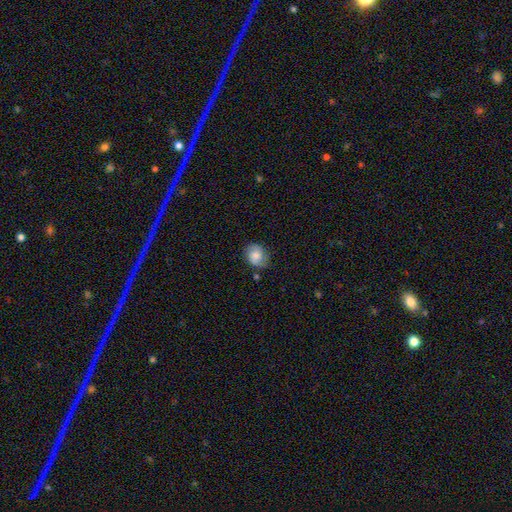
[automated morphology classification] Smooth or featured? smooth (58%)
How rounded? round (50%)
Merging? none (69%)